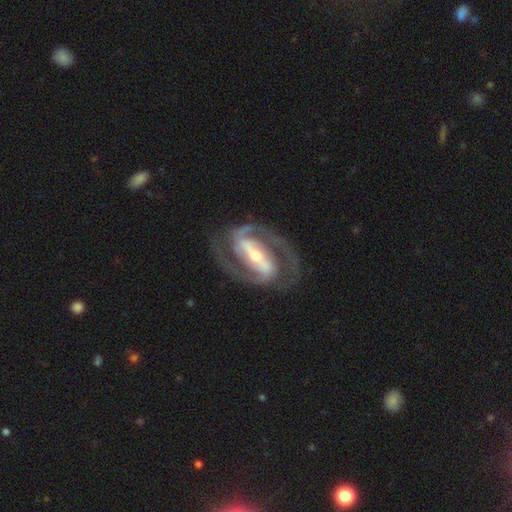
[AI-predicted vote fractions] Smooth or featured?
  - featured or disk: 92% *
  - smooth: 4%
  - star or artifact: 4%
Edge-on disk?
  - no: 96% *
  - yes: 4%
Bar?
  - strong: 73% *
  - weak: 19%
  - no: 9%
Spiral arms?
  - yes: 97% *
  - no: 3%
Spiral winding?
  - medium: 50% *
  - tight: 40%
  - loose: 9%
Spiral arm count?
  - 2: 92% *
  - can't tell: 3%
  - 3: 2%
  - 1: 1%
  - 4: 1%
  - more than 4: 1%
Bulge size?
  - small: 54% *
  - moderate: 40%
  - large: 4%
  - none: 1%
  - dominant: 1%
Merging?
  - none: 81% *
  - minor disturbance: 11%
  - major disturbance: 6%
  - merger: 1%